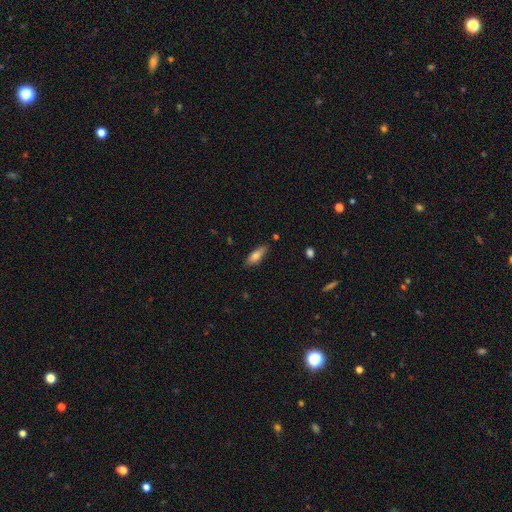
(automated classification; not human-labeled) smooth_or_featured: smooth (p=0.76) [alt: featured or disk p=0.17]
how_rounded: in between (p=0.65) [alt: cigar-shaped p=0.33]
merging: none (p=0.79) [alt: minor disturbance p=0.16]